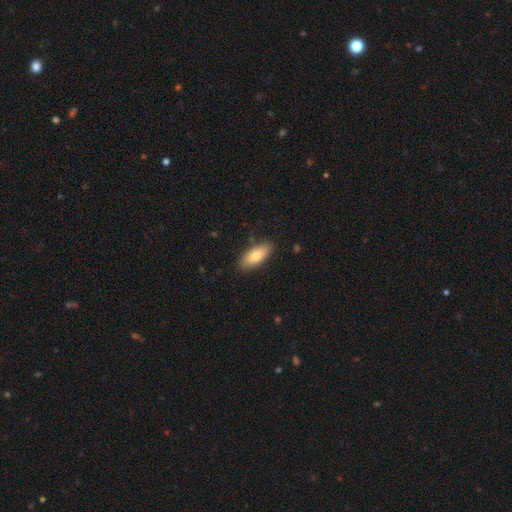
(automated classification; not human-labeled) smooth 78%, featured or disk 15%, star or artifact 6%. Down the decision tree: how rounded — in between (81%); merging — none (86%).